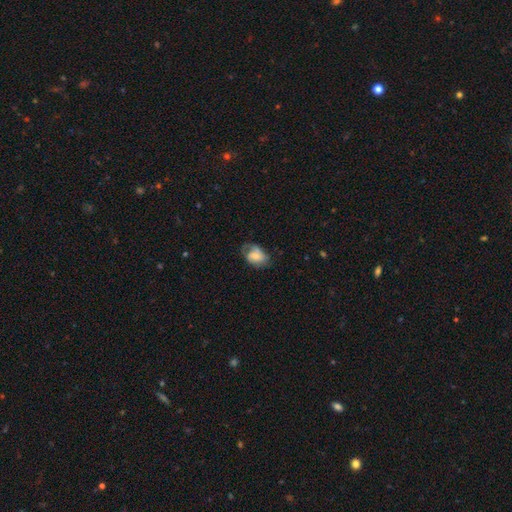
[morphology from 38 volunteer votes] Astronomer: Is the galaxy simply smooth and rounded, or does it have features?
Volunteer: smooth — 55% (runner-up: featured or disk, 39%).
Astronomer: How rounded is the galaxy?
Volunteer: in between — 90%.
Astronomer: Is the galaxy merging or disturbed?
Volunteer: major disturbance — 42% (runner-up: none, 33%).